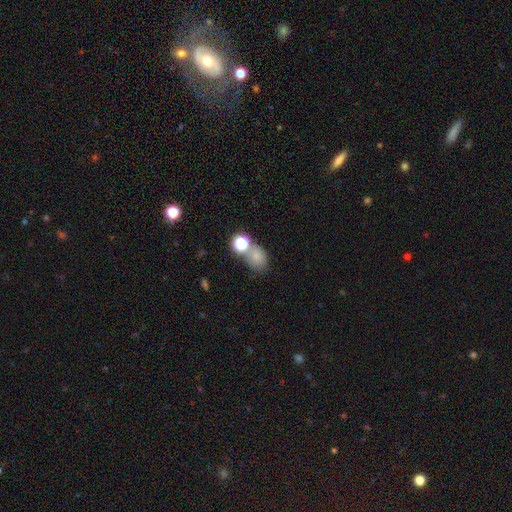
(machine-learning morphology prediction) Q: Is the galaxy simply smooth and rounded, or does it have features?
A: smooth — 72%.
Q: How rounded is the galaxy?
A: in between — 59%.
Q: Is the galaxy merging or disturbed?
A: none — 49%.